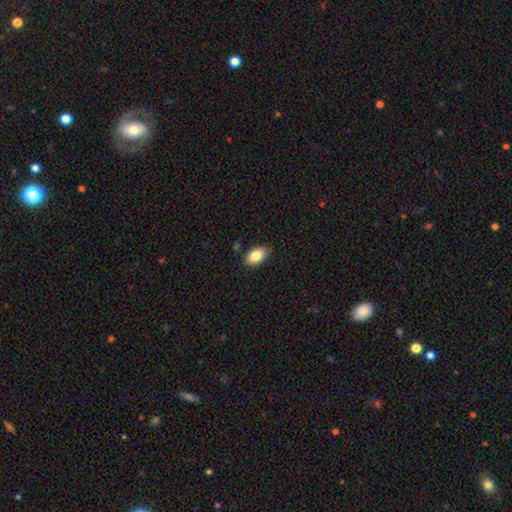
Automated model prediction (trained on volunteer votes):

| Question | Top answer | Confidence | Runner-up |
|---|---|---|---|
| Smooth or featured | smooth | 84% | featured or disk (9%) |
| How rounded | in between | 93% | round (5%) |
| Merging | none | 84% | minor disturbance (12%) |